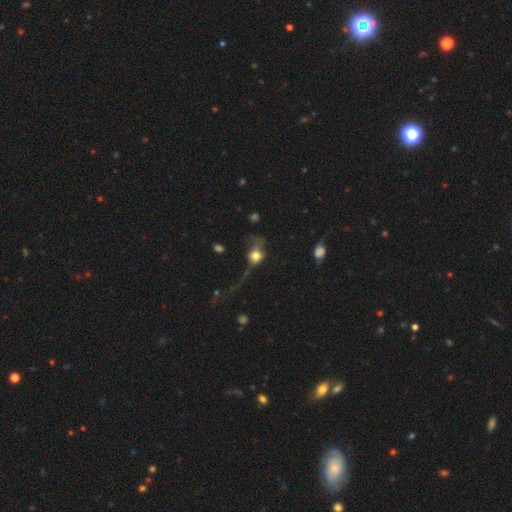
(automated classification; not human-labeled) A smooth galaxy with no disk features (63%) that is round (58%). Merging: major disturbance (52%).